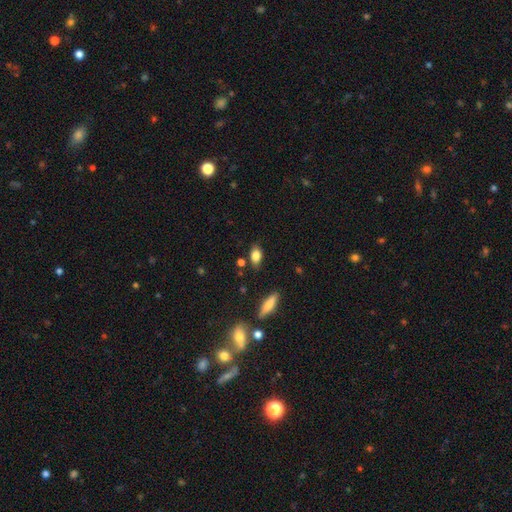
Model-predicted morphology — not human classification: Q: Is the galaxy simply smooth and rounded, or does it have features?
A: smooth — 82%.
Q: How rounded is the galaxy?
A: in between — 84%.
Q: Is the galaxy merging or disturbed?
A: none — 75%.